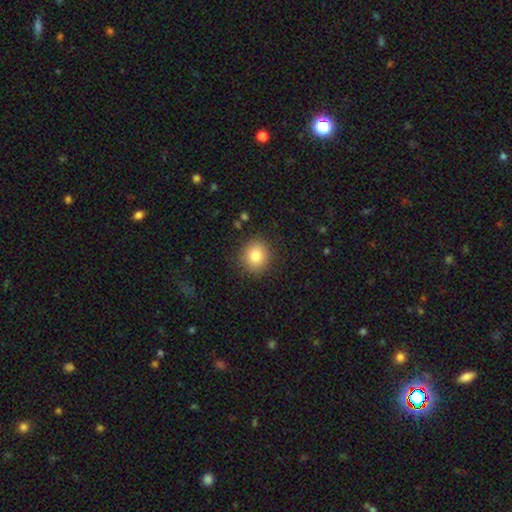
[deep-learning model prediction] A smooth galaxy with no disk features (81%) that is round (83%).

Vote fractions:
- Smooth or featured? smooth: 81% / star or artifact: 10% / featured or disk: 9%
- How rounded? round: 83% / in between: 16% / cigar-shaped: 1%
- Merging? none: 88% / minor disturbance: 8% / major disturbance: 3% / merger: 1%